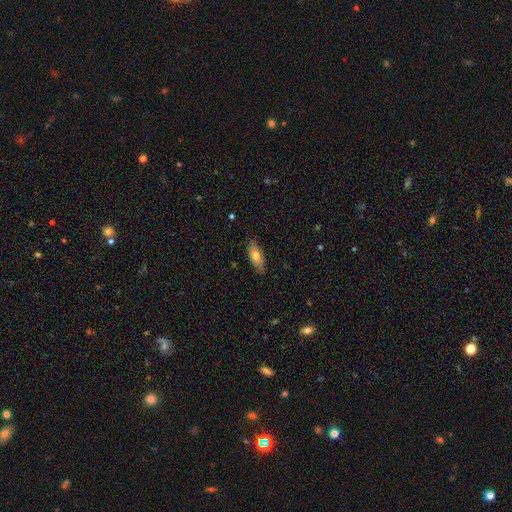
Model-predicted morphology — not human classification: Overall: smooth (71%). How rounded: in between (75%). Merging: none (86%).